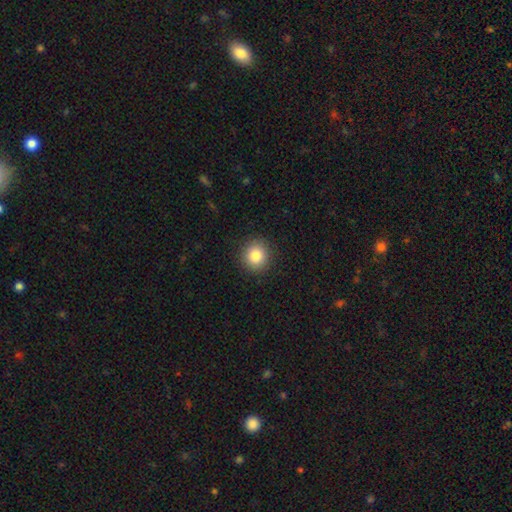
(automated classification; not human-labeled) Smooth or featured? Predicted: smooth (p=0.85). How rounded? Predicted: round (p=0.90). Merging? Predicted: none (p=0.91).